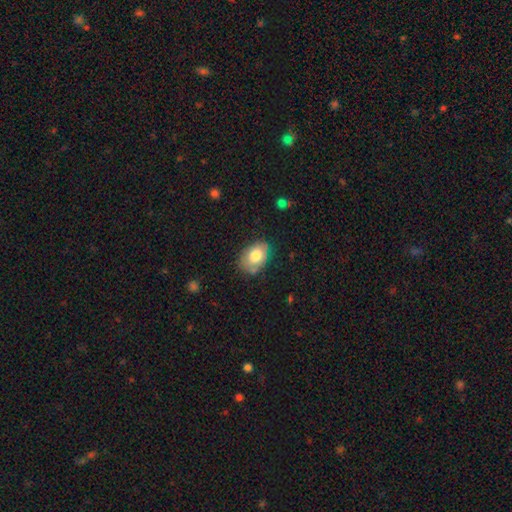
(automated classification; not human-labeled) Morphology: type=smooth (74%); roundness=in between (81%); merging=none (69%).